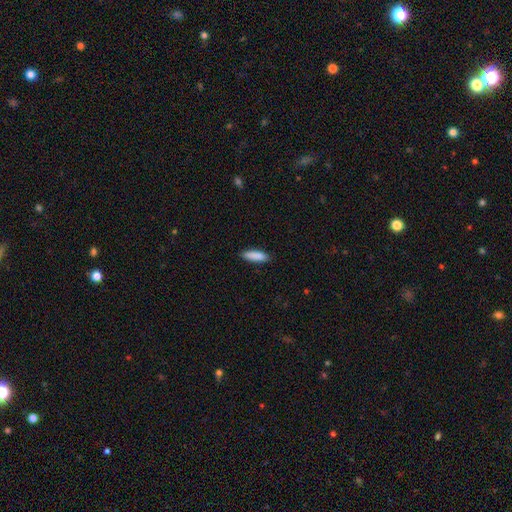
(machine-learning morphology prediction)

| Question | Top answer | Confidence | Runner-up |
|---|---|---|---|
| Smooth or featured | smooth | 89% | star or artifact (6%) |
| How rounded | cigar-shaped | 56% | in between (42%) |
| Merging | none | 87% | minor disturbance (10%) |